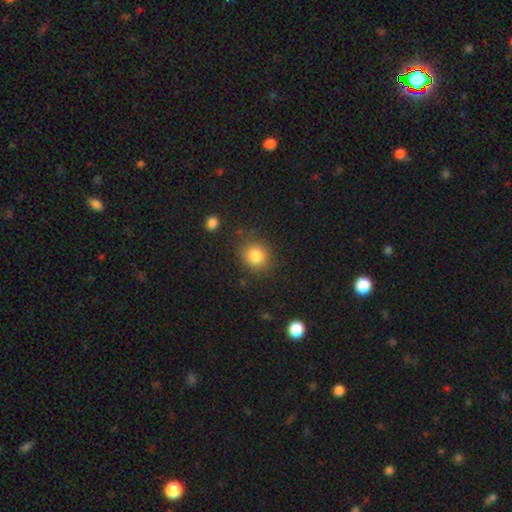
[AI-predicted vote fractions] Morphology: type=smooth (83%); roundness=round (82%); merging=none (84%).